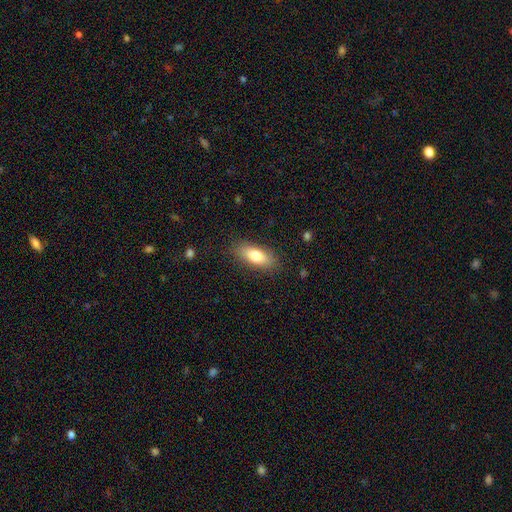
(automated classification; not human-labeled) This is likely a smooth galaxy (77%). How rounded: likely in between (74%). Merging: clearly none (84%).